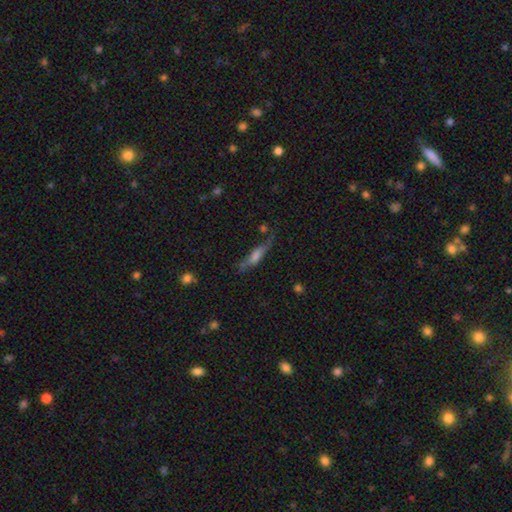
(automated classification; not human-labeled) Smooth or featured: featured or disk — 48% (smooth — 43%)
Merging: none — 65% (minor disturbance — 22%)